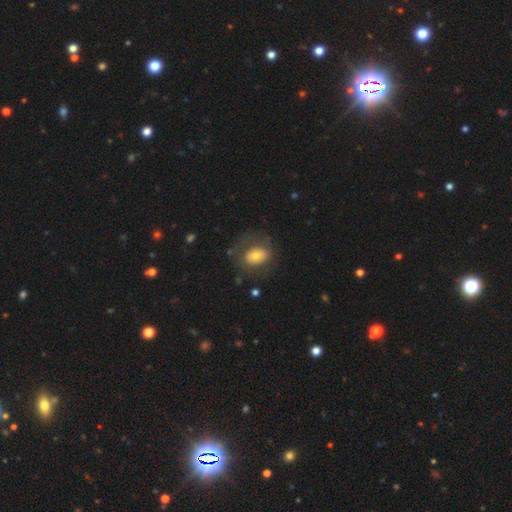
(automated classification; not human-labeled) A smooth galaxy with no disk features (60%) that is in between round and cigar-shaped (64%). Merging: none (61%).